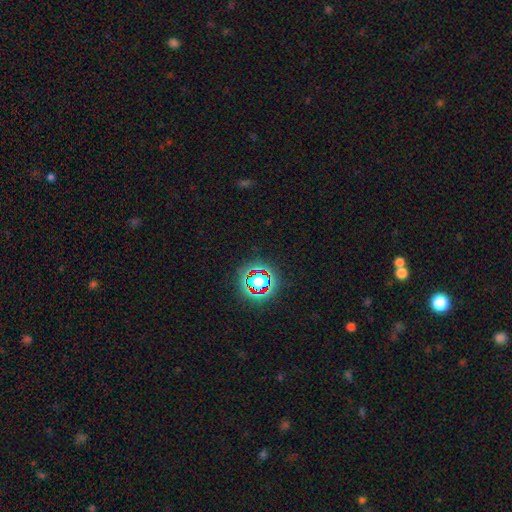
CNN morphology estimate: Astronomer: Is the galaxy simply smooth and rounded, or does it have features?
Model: star or artifact — 78%.